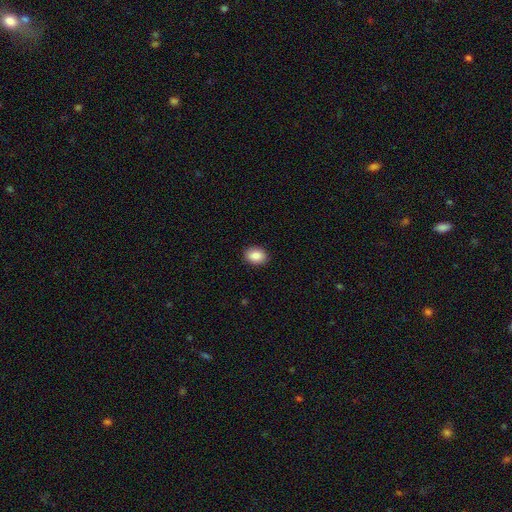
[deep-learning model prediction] smooth-or-featured: smooth: 87% | star or artifact: 8% | featured or disk: 5%
  how-rounded: in between: 71% | round: 28% | cigar-shaped: 1%
  merging: none: 90% | minor disturbance: 7% | major disturbance: 2% | merger: 1%